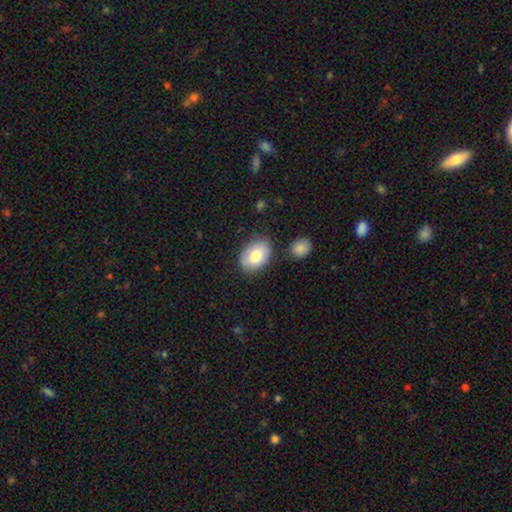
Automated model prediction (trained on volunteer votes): Smooth or featured? smooth (78%)
How rounded? in between (80%)
Merging? none (77%)